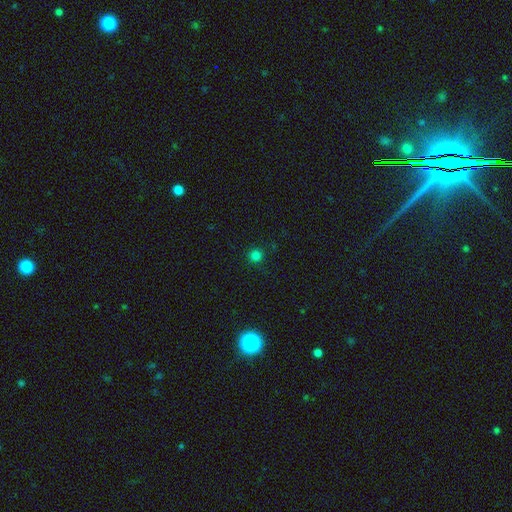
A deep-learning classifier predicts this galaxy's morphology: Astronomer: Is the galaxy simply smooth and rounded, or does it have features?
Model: smooth — 79%.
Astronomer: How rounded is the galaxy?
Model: round — 95%.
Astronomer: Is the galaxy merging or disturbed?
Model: none — 89%.